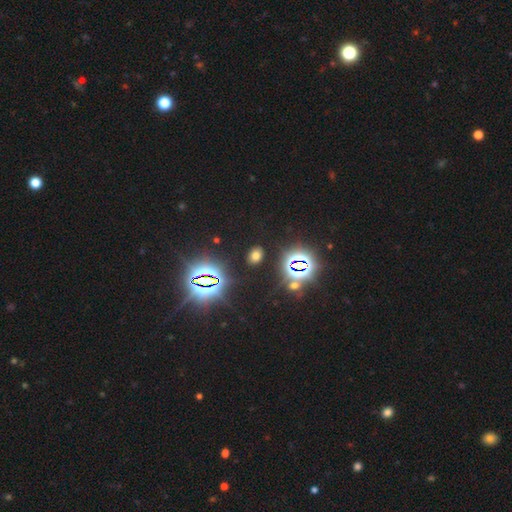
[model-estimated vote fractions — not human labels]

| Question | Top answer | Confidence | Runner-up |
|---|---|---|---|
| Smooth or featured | smooth | 55% | star or artifact (38%) |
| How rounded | in between | 76% | round (22%) |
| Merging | none | 88% | minor disturbance (7%) |